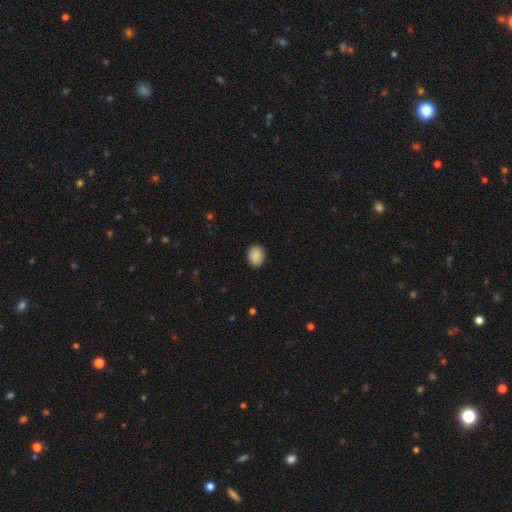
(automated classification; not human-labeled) Overall: smooth (90%). How rounded: in between (60%; round 39%). Merging: none (89%).